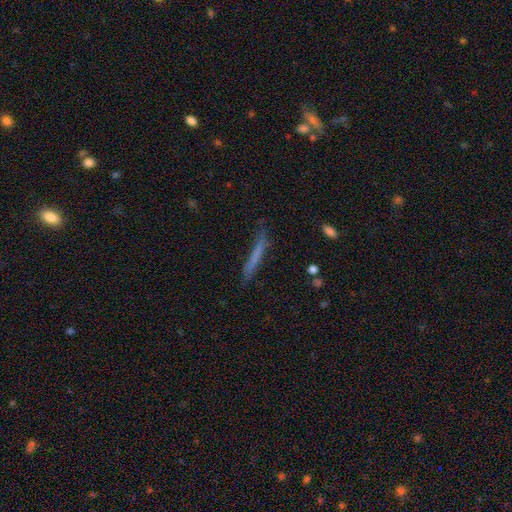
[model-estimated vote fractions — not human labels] Smooth or featured? Predicted: smooth (p=0.63). How rounded? Predicted: cigar-shaped (p=0.96). Merging? Predicted: none (p=0.76).